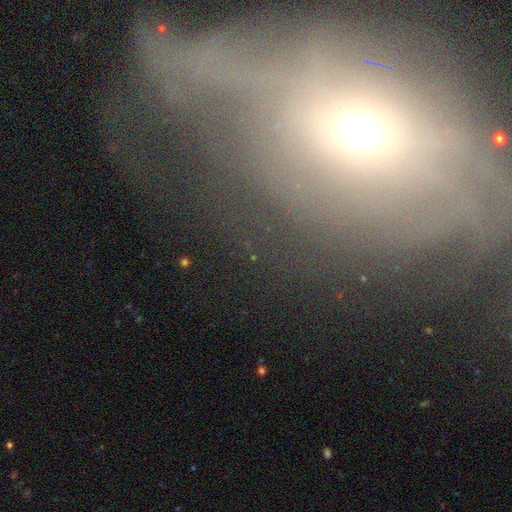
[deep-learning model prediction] smooth-or-featured: featured or disk: 53% | smooth: 24% | star or artifact: 24%
  disk-edge-on: no: 82% | yes: 18%
  merging: none: 44% | major disturbance: 32% | minor disturbance: 15% | merger: 9%